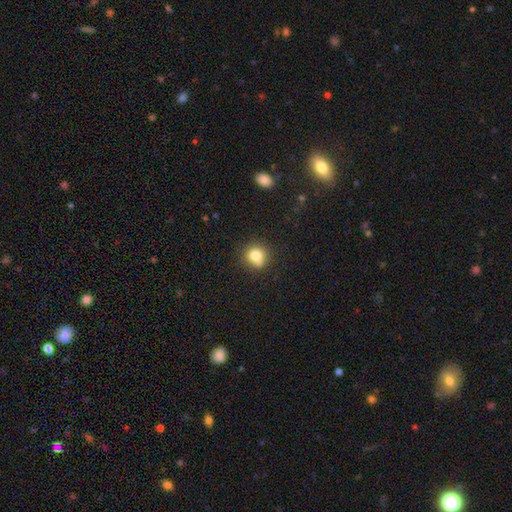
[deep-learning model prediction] smooth 77%, featured or disk 11%, star or artifact 11%. Down the decision tree: how rounded — round (87%); merging — none (61%).